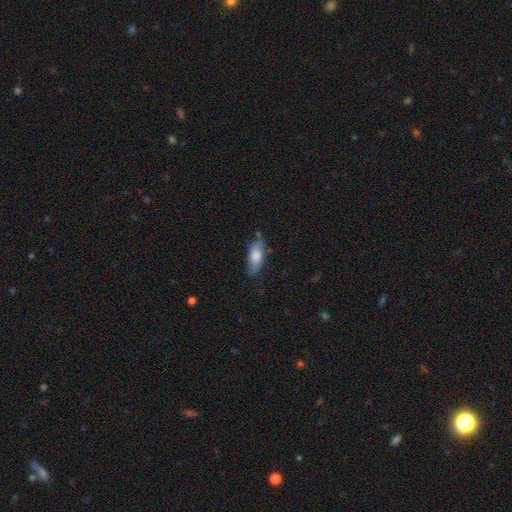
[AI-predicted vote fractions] Smooth or featured? Predicted: smooth (p=0.72). How rounded? Predicted: in between (p=0.73). Merging? Predicted: none (p=0.75).